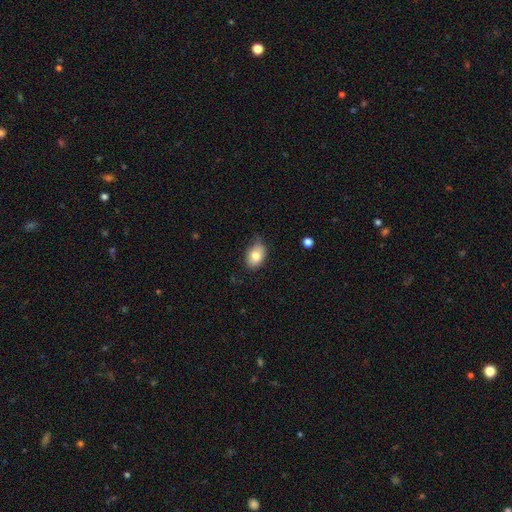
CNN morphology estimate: Overall: smooth (80%). How rounded: in between (76%). Merging: none (64%; minor disturbance 29%).